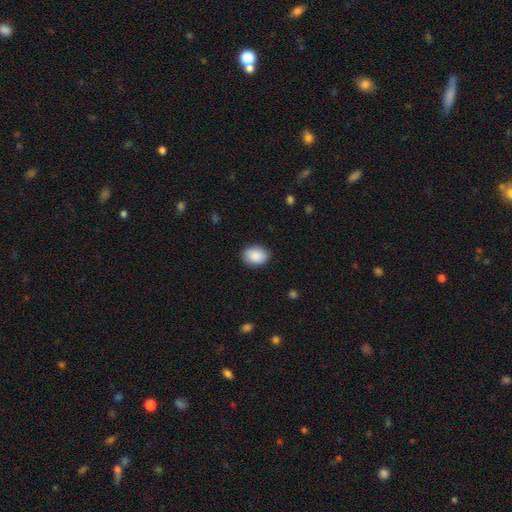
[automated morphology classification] smooth-or-featured: smooth: 90% | star or artifact: 6% | featured or disk: 4%
  how-rounded: in between: 70% | round: 29% | cigar-shaped: 1%
  merging: none: 87% | minor disturbance: 9% | major disturbance: 2% | merger: 1%